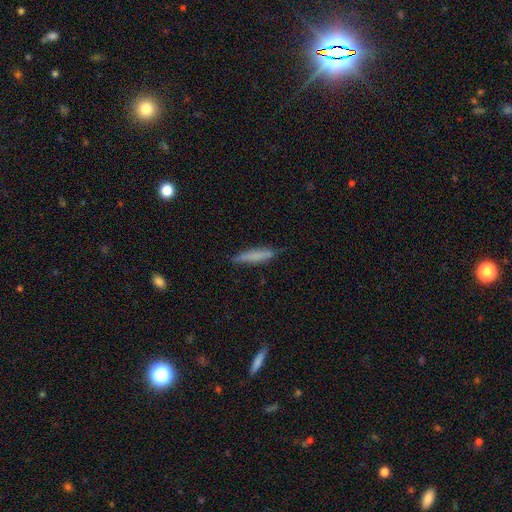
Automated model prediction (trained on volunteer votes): Overall: smooth (72%). How rounded: cigar-shaped (89%). Merging: none (81%).